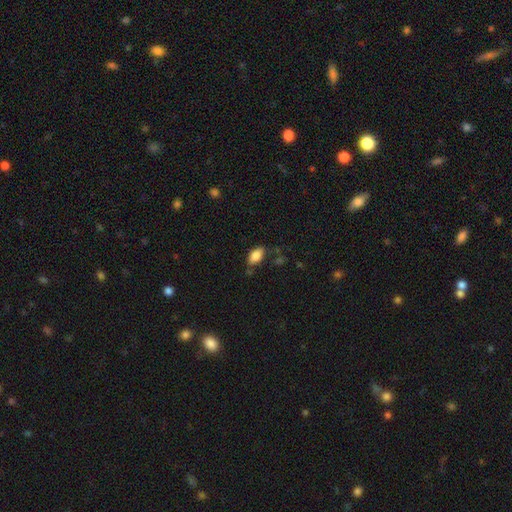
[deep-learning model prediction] A smooth galaxy with no disk features (85%) that is in between round and cigar-shaped (92%). Merging: none (72%).